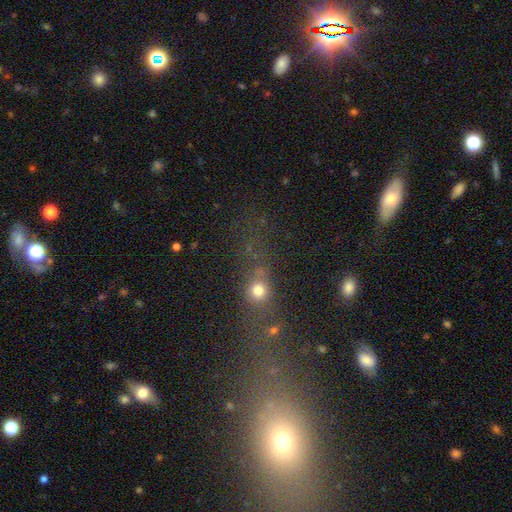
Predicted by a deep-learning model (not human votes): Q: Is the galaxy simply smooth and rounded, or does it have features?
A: smooth — 44%.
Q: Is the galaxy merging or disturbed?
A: none — 44%.